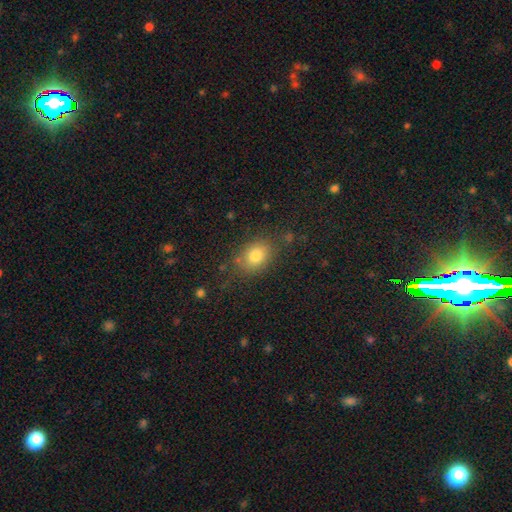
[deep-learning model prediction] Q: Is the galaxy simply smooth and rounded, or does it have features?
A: smooth — 80%.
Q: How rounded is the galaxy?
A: in between — 64%.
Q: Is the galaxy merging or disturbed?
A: none — 77%.